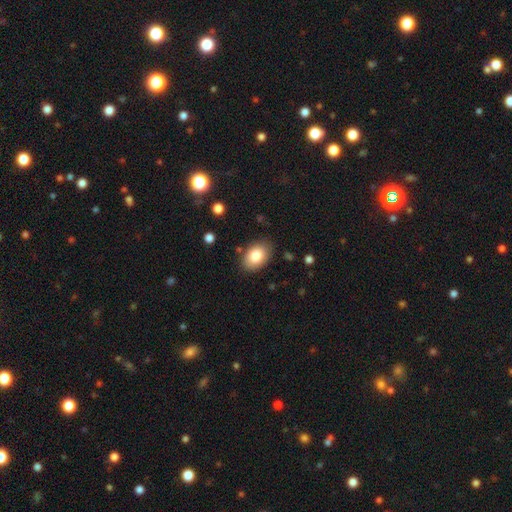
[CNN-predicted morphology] A smooth galaxy with no disk features (82%) that is in between round and cigar-shaped (85%).

Vote fractions:
- Smooth or featured? smooth: 82% / featured or disk: 11% / star or artifact: 8%
- How rounded? in between: 85% / round: 14% / cigar-shaped: 1%
- Merging? none: 84% / minor disturbance: 12% / major disturbance: 3% / merger: 2%